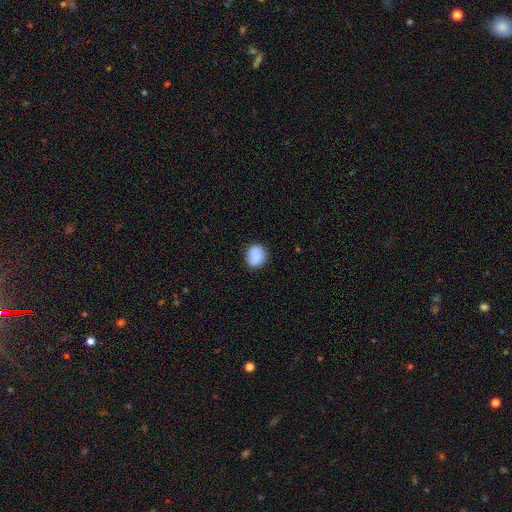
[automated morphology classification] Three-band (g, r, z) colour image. It shows a smooth galaxy with no disk features (84%) that is round (65%). Merging: none (79%).